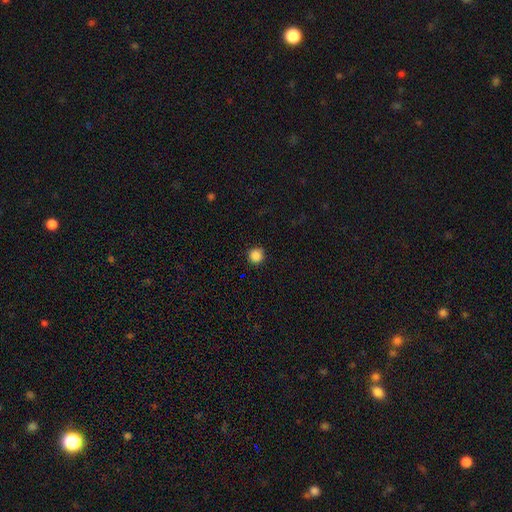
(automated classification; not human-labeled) This is clearly a smooth galaxy (86%). How rounded: clearly round (95%). Merging: clearly none (92%).